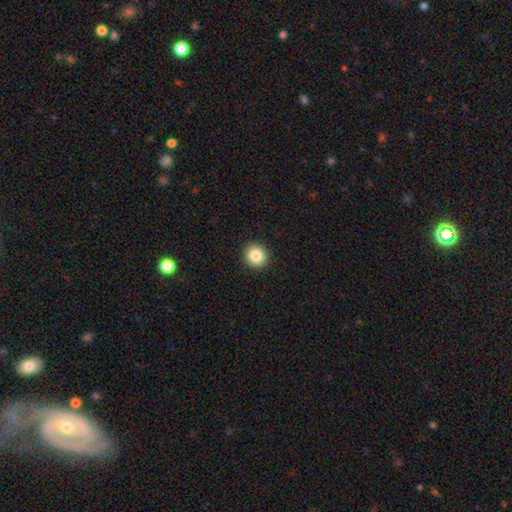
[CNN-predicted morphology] smooth-or-featured: smooth: 84% | star or artifact: 9% | featured or disk: 6%
  how-rounded: round: 91% | in between: 8% | cigar-shaped: 1%
  merging: none: 92% | minor disturbance: 5% | major disturbance: 2% | merger: 1%